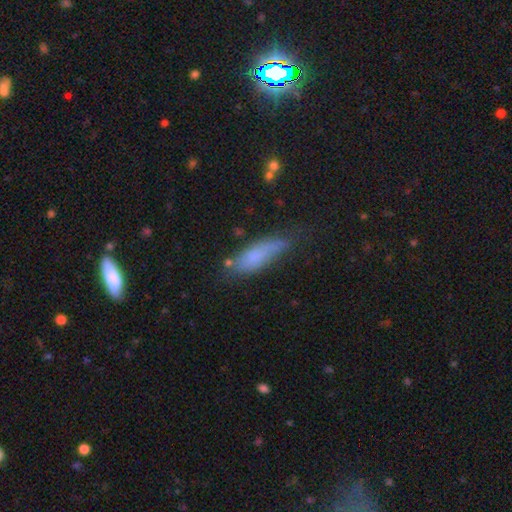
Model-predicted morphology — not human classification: Smooth or featured: smooth — 73% (featured or disk — 18%)
How rounded: in between — 50% (cigar-shaped — 48%)
Merging: none — 52% (minor disturbance — 32%)